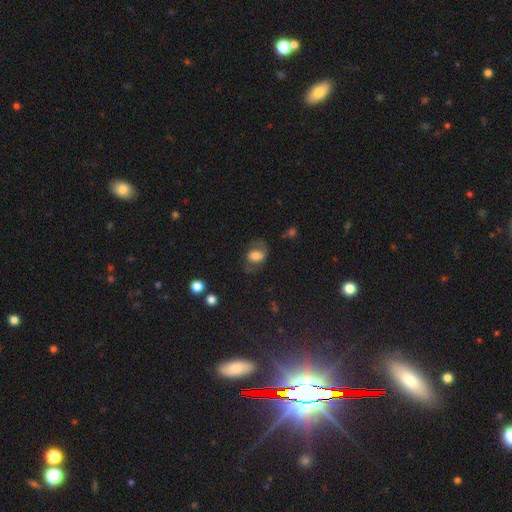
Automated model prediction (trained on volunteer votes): Smooth or featured? Predicted: smooth (p=0.62). How rounded? Predicted: in between (p=0.64). Merging? Predicted: none (p=0.55).